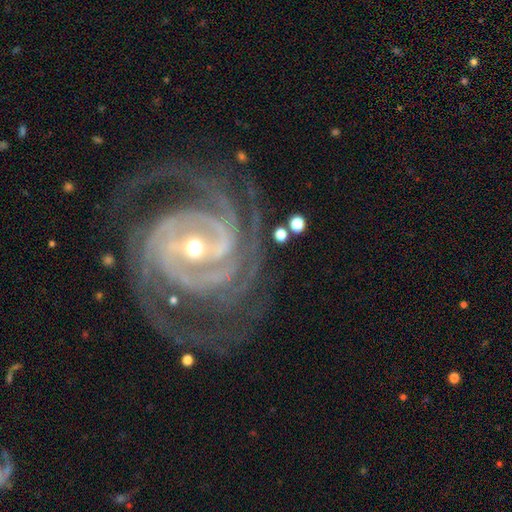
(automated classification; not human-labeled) Overall: featured or disk (93%). Edge-on disk: no (98%). Bar: strong (42%; weak 36%). Spiral arms: yes (99%). Spiral arm count: 3 (29%; 2 24%). Spiral winding: tight (67%; medium 29%). Bulge size: small (50%; moderate 46%). Merging: none (72%).